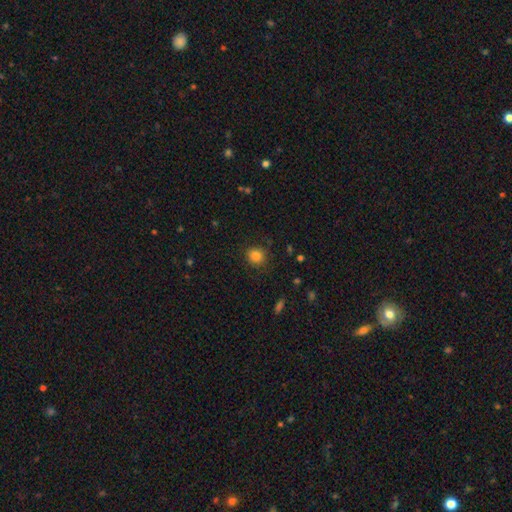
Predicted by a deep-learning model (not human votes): Morphology: type=smooth (85%); roundness=round (82%); merging=none (84%).